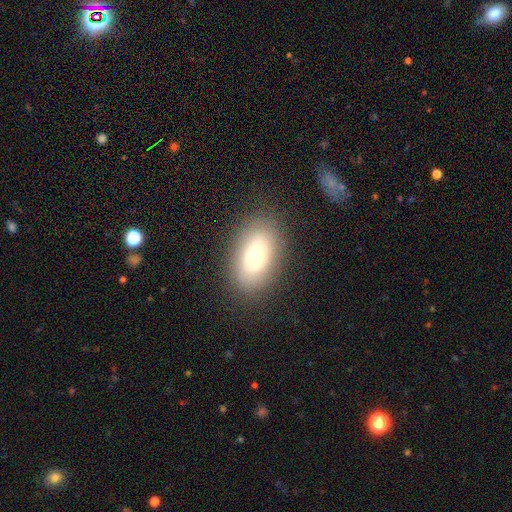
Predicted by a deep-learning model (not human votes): This appears to be a smooth galaxy with no disk features (68%) that is in between round and cigar-shaped (87%). Merging: none (83%).